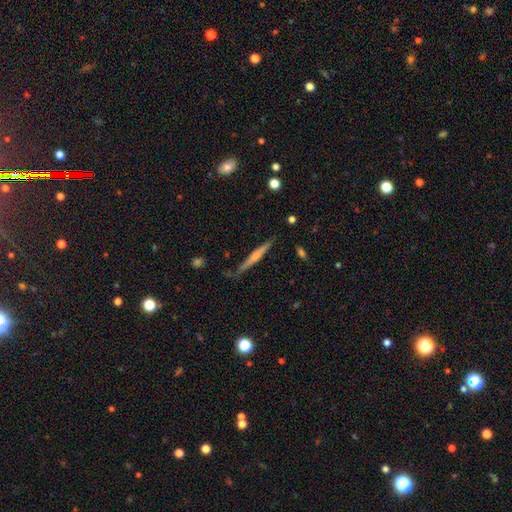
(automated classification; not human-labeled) Smooth or featured?
  - featured or disk: 53% *
  - smooth: 41%
  - star or artifact: 6%
Edge-on disk?
  - yes: 96% *
  - no: 4%
Edge-on bulge?
  - rounded: 54% *
  - none: 36%
  - boxy: 10%
Merging?
  - none: 75% *
  - minor disturbance: 19%
  - major disturbance: 4%
  - merger: 2%